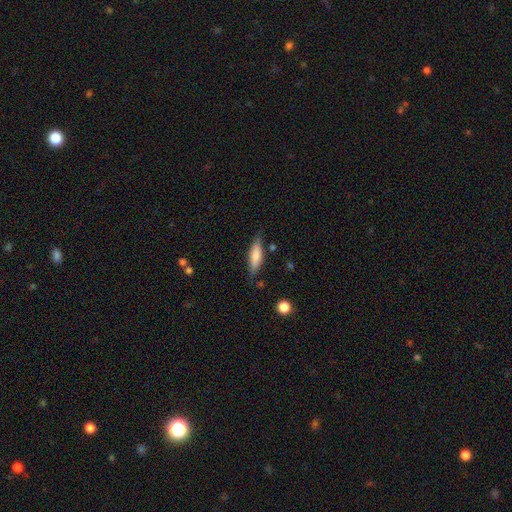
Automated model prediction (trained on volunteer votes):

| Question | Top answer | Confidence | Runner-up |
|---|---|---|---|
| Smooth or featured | smooth | 73% | featured or disk (21%) |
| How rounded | cigar-shaped | 54% | in between (44%) |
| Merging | none | 76% | minor disturbance (17%) |